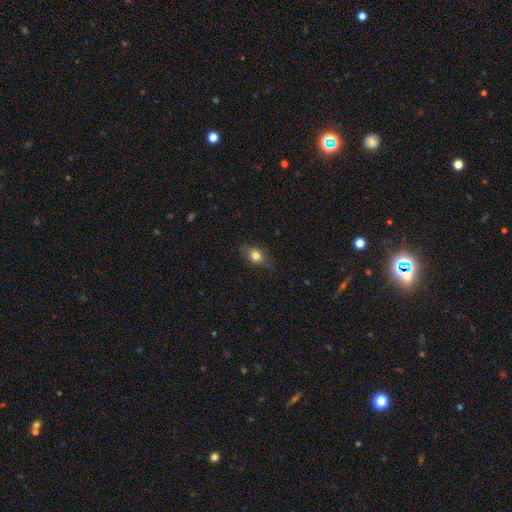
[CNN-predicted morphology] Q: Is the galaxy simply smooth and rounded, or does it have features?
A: smooth — 79%.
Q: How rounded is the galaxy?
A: in between — 64%.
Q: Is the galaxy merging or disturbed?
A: none — 78%.